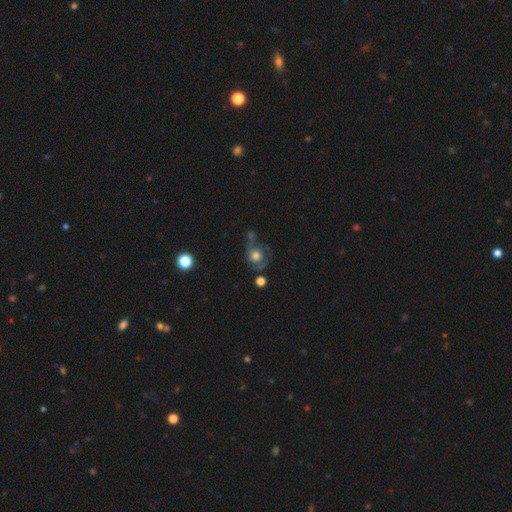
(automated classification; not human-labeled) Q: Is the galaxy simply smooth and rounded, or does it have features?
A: smooth — 49%.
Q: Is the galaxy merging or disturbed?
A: none — 41%.